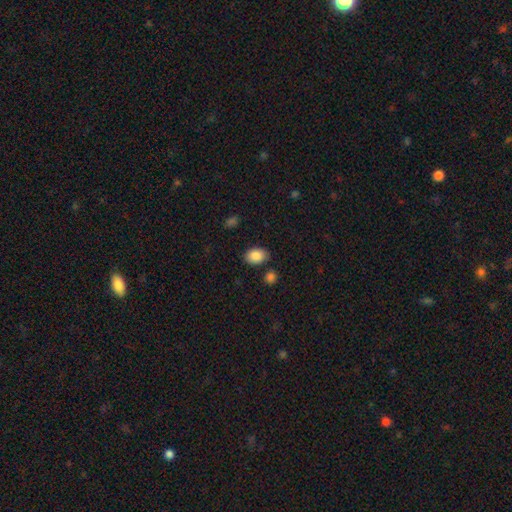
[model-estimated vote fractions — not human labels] This appears to be a smooth galaxy with no disk features (88%) that is in between round and cigar-shaped (82%). Merging: none (81%).